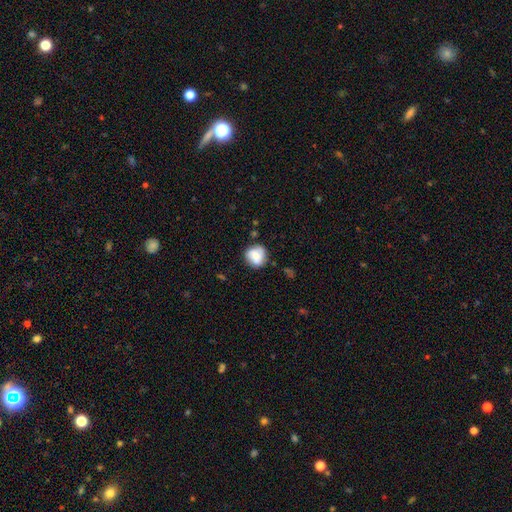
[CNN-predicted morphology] The model was most divided on "merging": none: 72%, minor disturbance: 20%, major disturbance: 5%, merger: 4%. More confident: how rounded — round (85%); smooth or featured — smooth (74%).